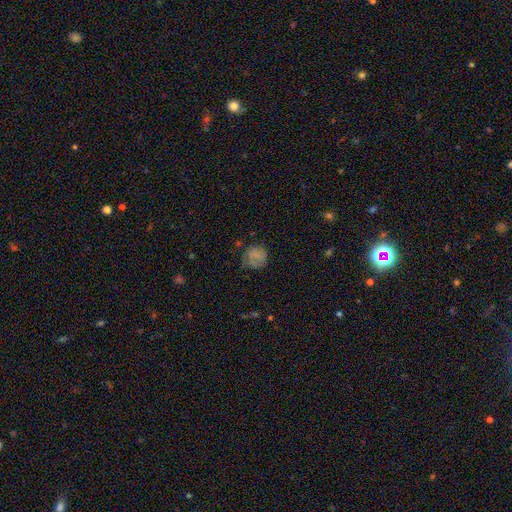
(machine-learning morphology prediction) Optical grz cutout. It shows a smooth galaxy with no disk features (73%) that is round (80%). Merging: none (58%).